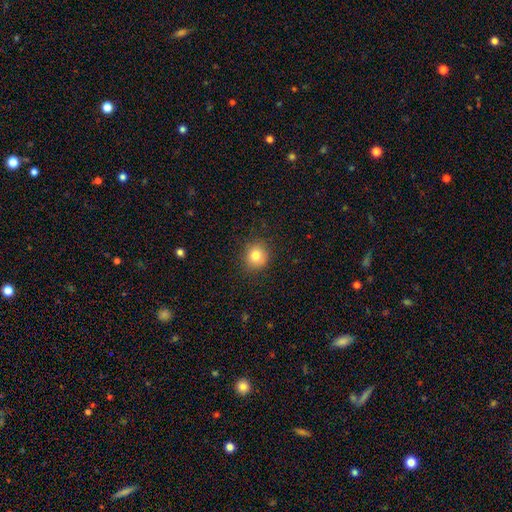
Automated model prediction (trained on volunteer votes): This is clearly a smooth galaxy (82%). How rounded: clearly round (88%). Merging: clearly none (88%).